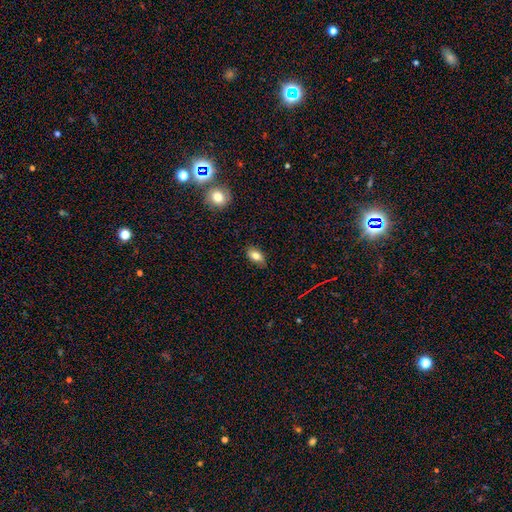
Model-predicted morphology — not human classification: smooth-or-featured: smooth: 79% | featured or disk: 12% | star or artifact: 9%
  how-rounded: in between: 89% | round: 6% | cigar-shaped: 5%
  merging: none: 83% | minor disturbance: 13% | major disturbance: 2% | merger: 1%